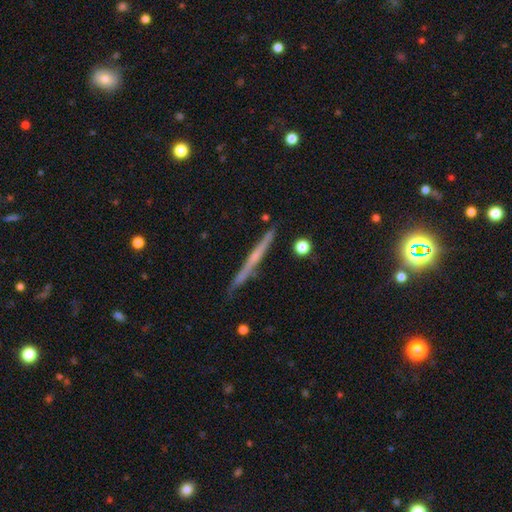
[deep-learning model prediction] Morphology: type=featured or disk (62%); edge-on=yes (97%); edge-on bulge=none (70%); merging=none (86%).